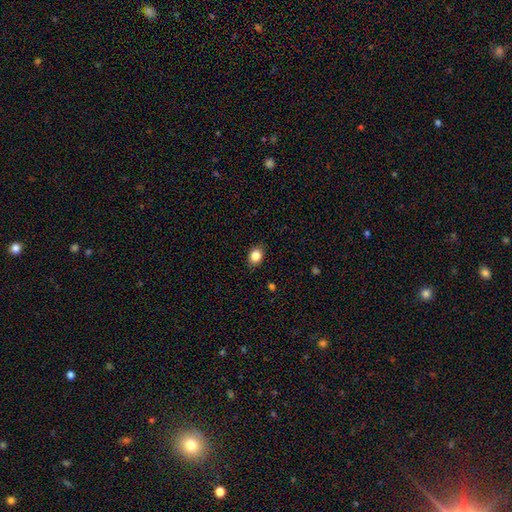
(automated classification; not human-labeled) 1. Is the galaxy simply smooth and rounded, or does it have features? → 84% smooth, 10% star or artifact, 7% featured or disk.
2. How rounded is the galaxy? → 62% in between, 37% round, 1% cigar-shaped.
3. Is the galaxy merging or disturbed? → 87% none, 10% minor disturbance, 2% major disturbance, 1% merger.